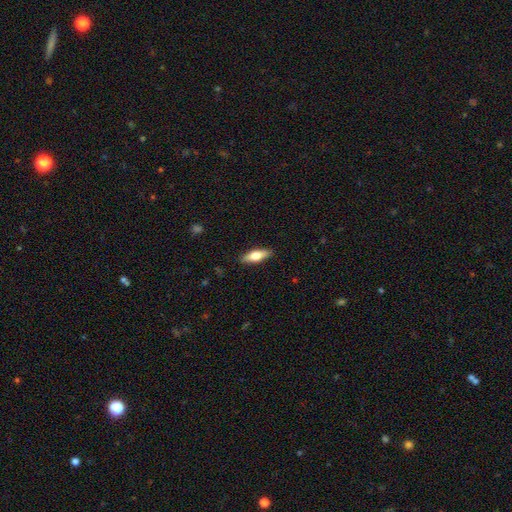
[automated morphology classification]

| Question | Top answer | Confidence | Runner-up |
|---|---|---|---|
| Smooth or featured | smooth | 63% | featured or disk (31%) |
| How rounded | in between | 57% | cigar-shaped (40%) |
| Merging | none | 88% | minor disturbance (9%) |